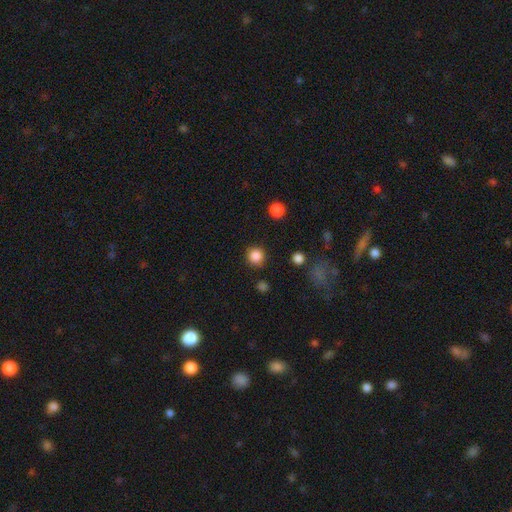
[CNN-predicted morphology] A smooth galaxy with no disk features (85%) that is round (93%). Merging: none (88%).